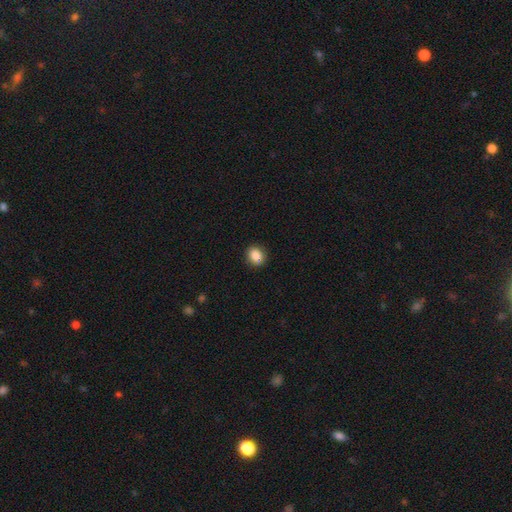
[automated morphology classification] A smooth galaxy with no disk features (85%) that is round (71%). Merging: none (83%).